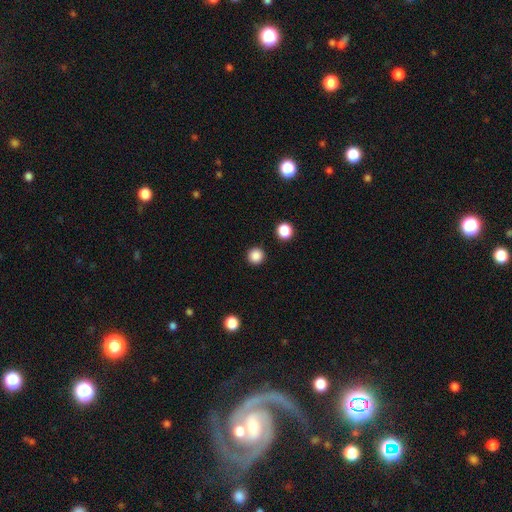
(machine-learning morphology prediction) This is clearly a smooth galaxy (86%). How rounded: clearly round (95%). Merging: clearly none (92%).